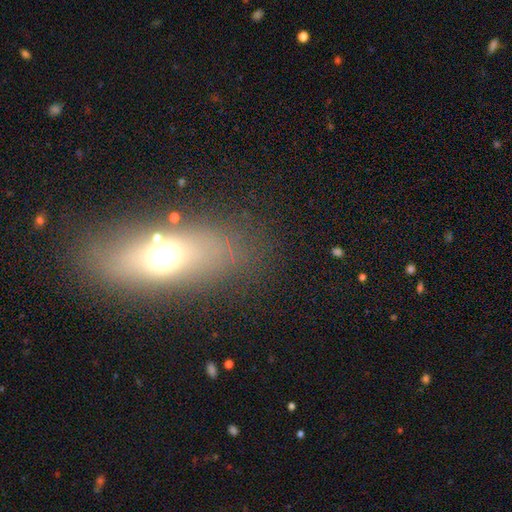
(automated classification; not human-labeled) Overall: smooth (52%; featured or disk 29%). How rounded: in between (61%; cigar-shaped 26%). Merging: none (81%).